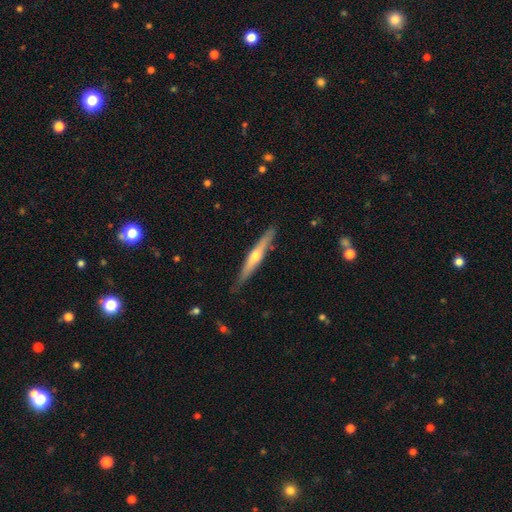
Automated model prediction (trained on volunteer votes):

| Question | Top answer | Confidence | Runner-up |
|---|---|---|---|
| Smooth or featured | featured or disk | 67% | smooth (28%) |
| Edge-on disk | yes | 96% | no (4%) |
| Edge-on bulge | rounded | 84% | none (12%) |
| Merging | none | 87% | minor disturbance (10%) |